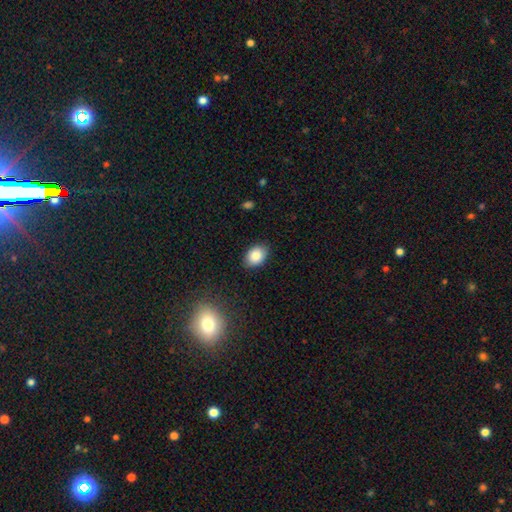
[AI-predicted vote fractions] smooth_or_featured: smooth (p=0.84) [alt: star or artifact p=0.09]
how_rounded: in between (p=0.76) [alt: round p=0.23]
merging: none (p=0.86) [alt: minor disturbance p=0.11]